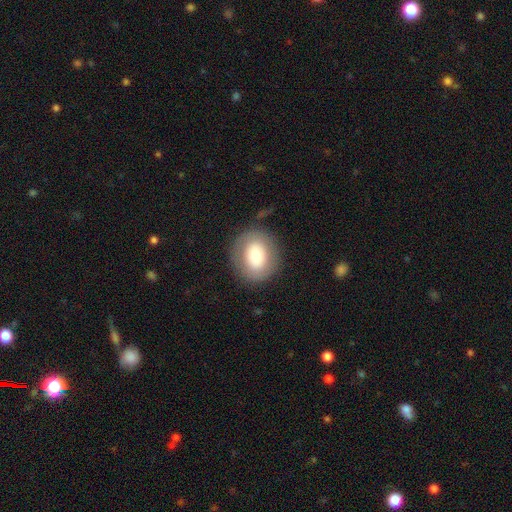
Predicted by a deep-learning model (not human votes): A smooth galaxy with no disk features (70%) that is round (70%). Merging: none (83%).